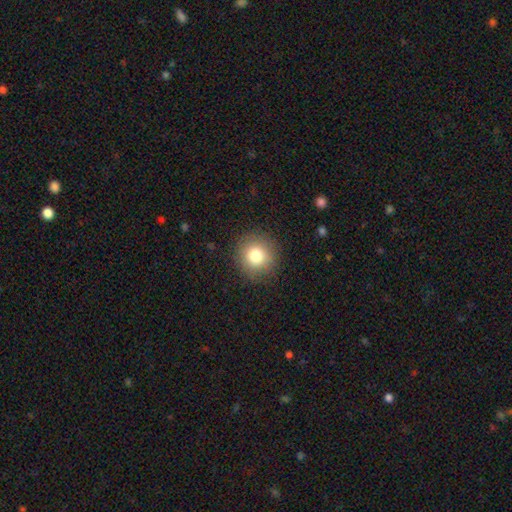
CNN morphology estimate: Smooth or featured?
  - smooth: 80% *
  - star or artifact: 11%
  - featured or disk: 9%
How rounded?
  - round: 93% *
  - in between: 6%
  - cigar-shaped: 1%
Merging?
  - none: 89% *
  - minor disturbance: 7%
  - major disturbance: 3%
  - merger: 1%